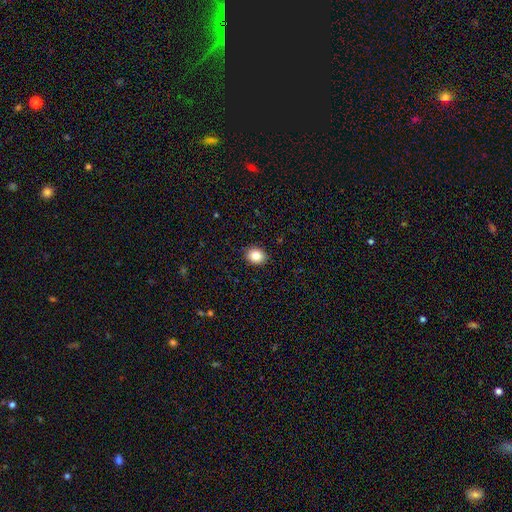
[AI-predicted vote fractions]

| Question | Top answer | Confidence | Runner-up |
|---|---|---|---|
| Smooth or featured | smooth | 84% | star or artifact (10%) |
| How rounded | round | 60% | in between (39%) |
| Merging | none | 91% | minor disturbance (6%) |